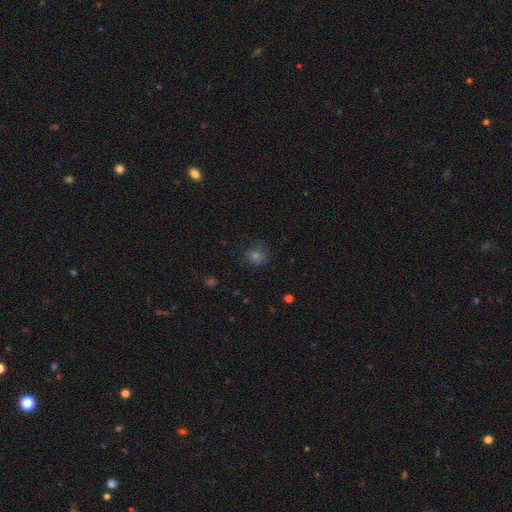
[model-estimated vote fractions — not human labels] Q: Smooth or featured?
A: smooth (53%); runner-up: star or artifact (28%)
Q: How rounded?
A: round (71%); runner-up: in between (28%)
Q: Merging?
A: none (68%); runner-up: minor disturbance (19%)